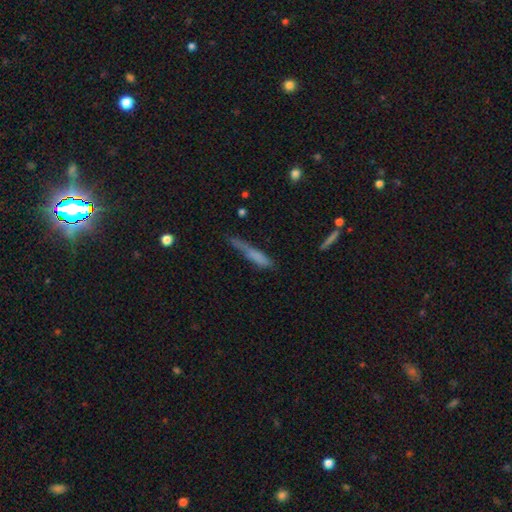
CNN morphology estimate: Q: Smooth or featured?
A: smooth (66%); runner-up: featured or disk (25%)
Q: How rounded?
A: cigar-shaped (88%); runner-up: in between (10%)
Q: Merging?
A: none (45%); runner-up: minor disturbance (32%)